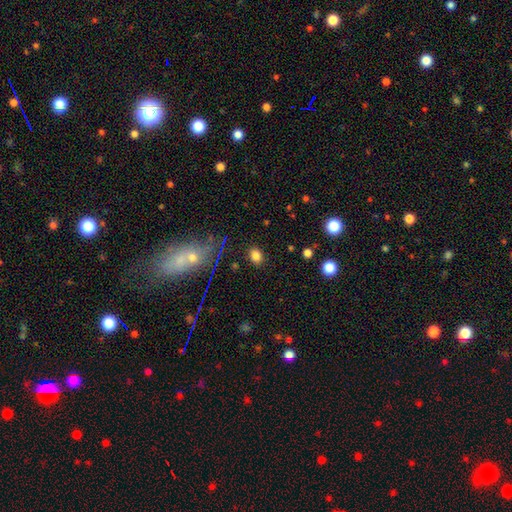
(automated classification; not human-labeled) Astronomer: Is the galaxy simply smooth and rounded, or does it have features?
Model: smooth — 82%.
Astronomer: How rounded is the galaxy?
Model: in between — 56% (runner-up: round, 42%).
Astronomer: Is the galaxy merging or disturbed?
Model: none — 87%.